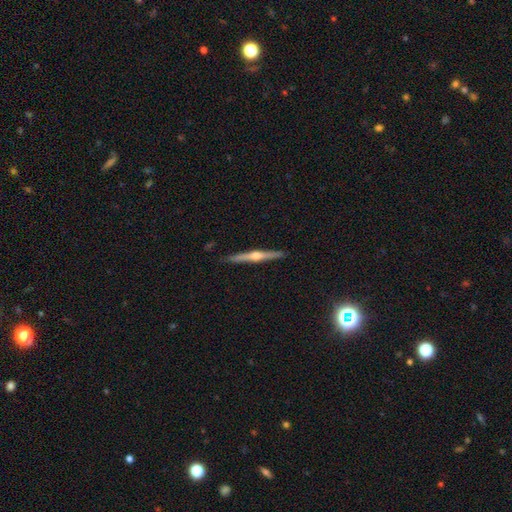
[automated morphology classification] This appears to be a featured or disk galaxy (76%) viewed edge-on (98%) with a rounded central bulge (92%). Merging: none (91%).